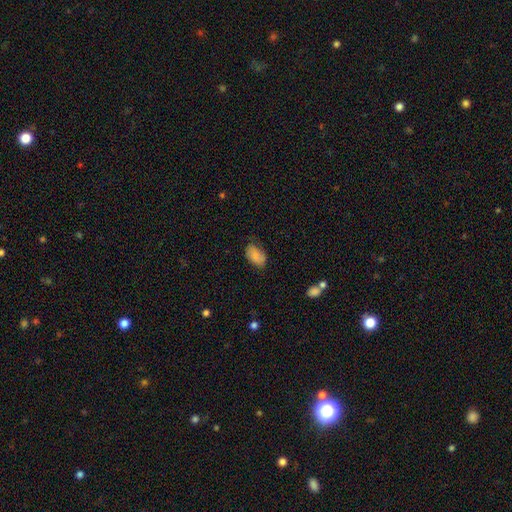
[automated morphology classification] smooth-or-featured: smooth: 81% | featured or disk: 12% | star or artifact: 8%
  how-rounded: in between: 91% | round: 8% | cigar-shaped: 1%
  merging: none: 64% | minor disturbance: 27% | major disturbance: 7% | merger: 2%